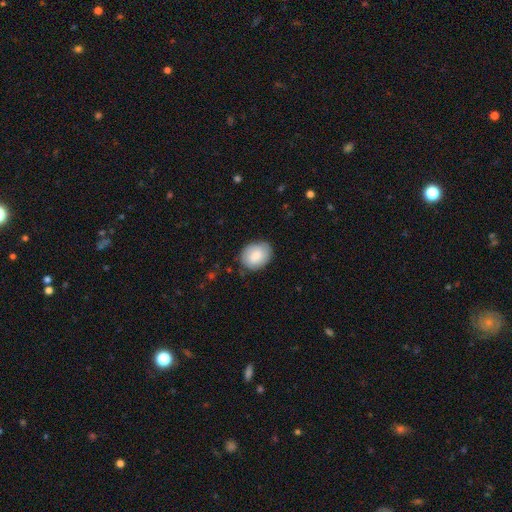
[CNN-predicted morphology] Smooth or featured? Predicted: smooth (p=0.83). How rounded? Predicted: in between (p=0.59). Merging? Predicted: none (p=0.80).